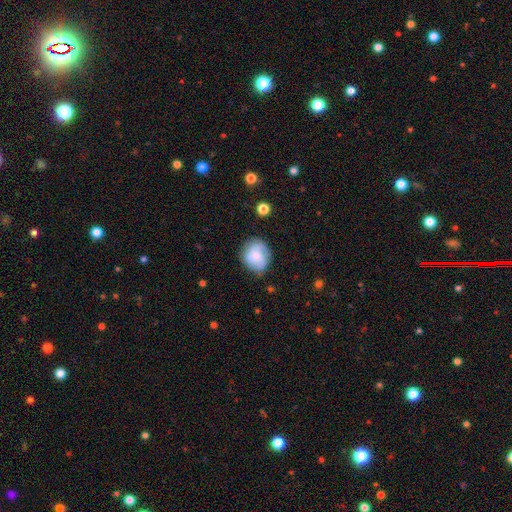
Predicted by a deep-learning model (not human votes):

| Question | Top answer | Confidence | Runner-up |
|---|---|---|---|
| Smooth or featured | smooth | 50% | featured or disk (42%) |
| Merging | none | 68% | minor disturbance (22%) |